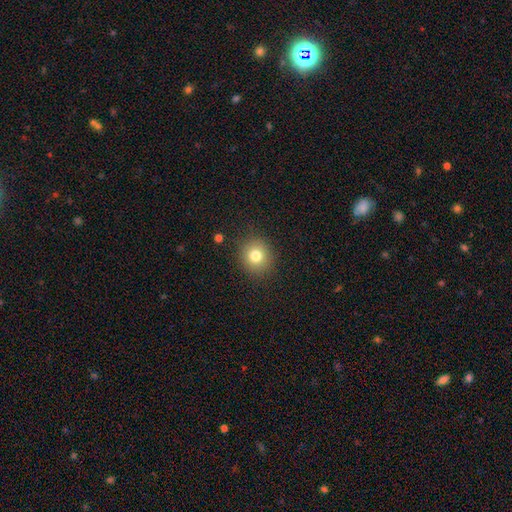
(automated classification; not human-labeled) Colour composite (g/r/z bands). It shows a smooth galaxy with no disk features (79%) that is round (86%). Merging: none (88%).